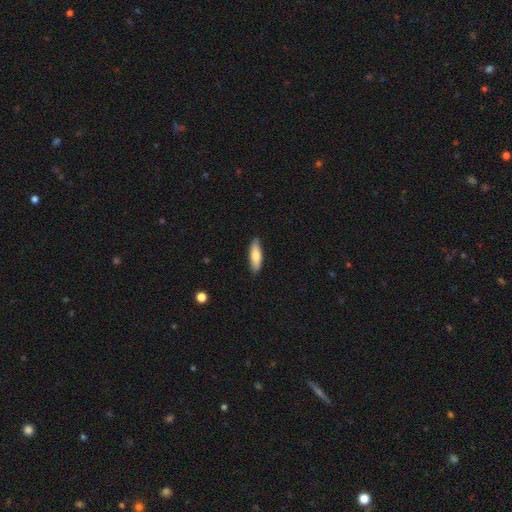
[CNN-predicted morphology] Q: Smooth or featured?
A: smooth (76%); runner-up: featured or disk (18%)
Q: How rounded?
A: cigar-shaped (52%); runner-up: in between (46%)
Q: Merging?
A: none (85%); runner-up: minor disturbance (12%)